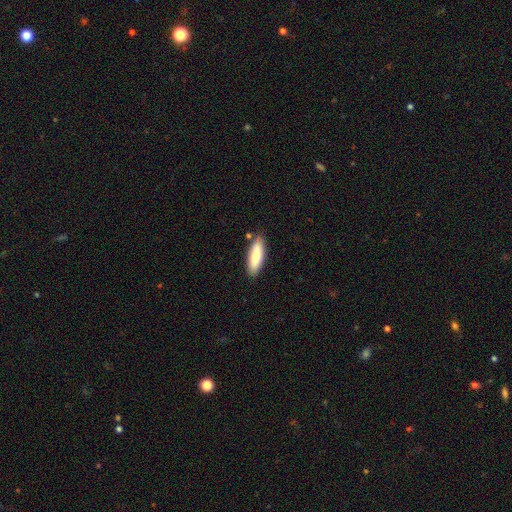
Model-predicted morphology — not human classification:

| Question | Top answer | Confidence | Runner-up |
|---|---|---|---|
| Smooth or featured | smooth | 81% | featured or disk (13%) |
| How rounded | in between | 56% | cigar-shaped (43%) |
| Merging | none | 81% | minor disturbance (12%) |